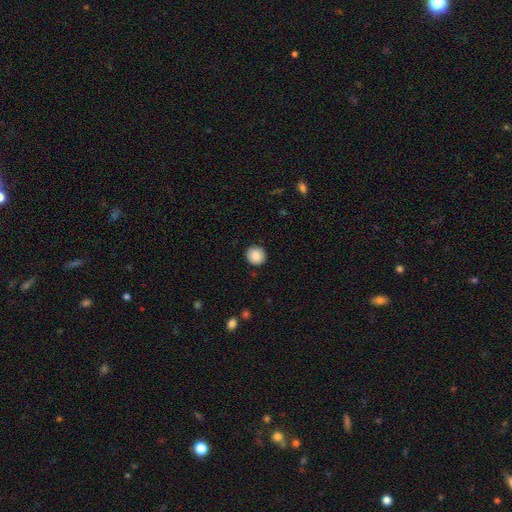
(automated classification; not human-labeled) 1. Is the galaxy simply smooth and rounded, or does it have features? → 86% smooth, 8% star or artifact, 6% featured or disk.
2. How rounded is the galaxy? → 91% round, 8% in between, 1% cigar-shaped.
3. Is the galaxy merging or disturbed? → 90% none, 7% minor disturbance, 2% major disturbance, 1% merger.